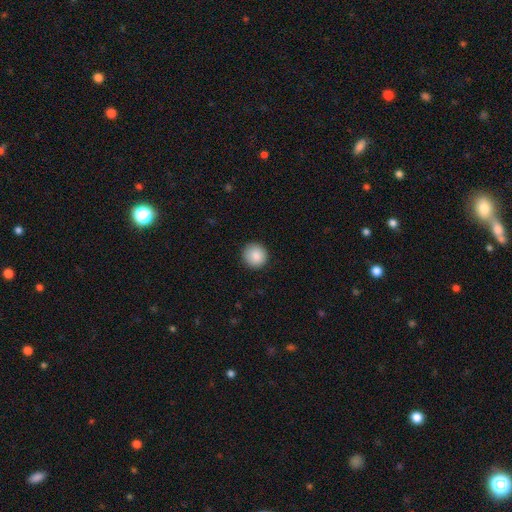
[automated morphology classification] Overall: smooth (88%). How rounded: round (94%). Merging: none (91%).